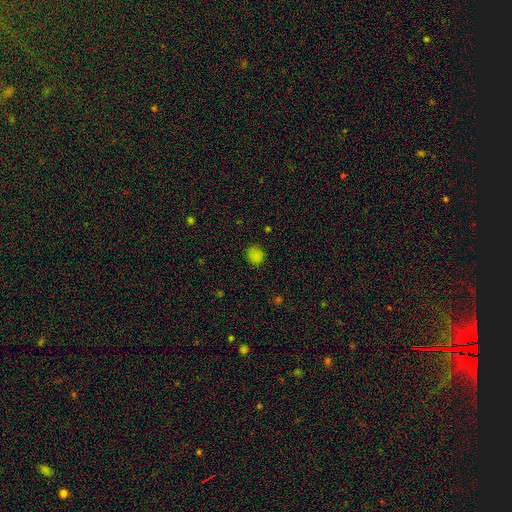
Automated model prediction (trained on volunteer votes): Morphology: type=smooth (80%); roundness=round (80%); merging=none (84%).